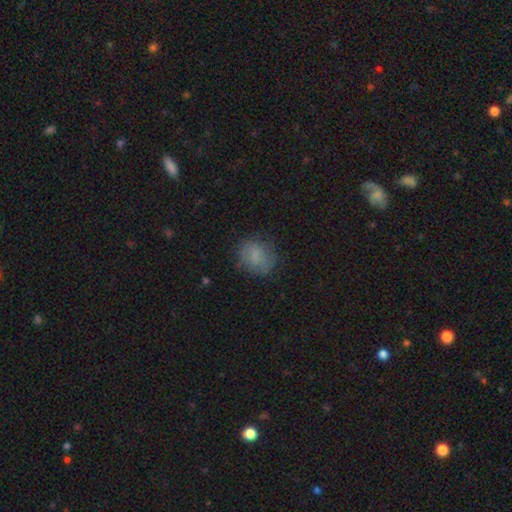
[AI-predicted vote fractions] Overall: smooth (77%). How rounded: round (59%; in between 39%). Merging: none (72%).